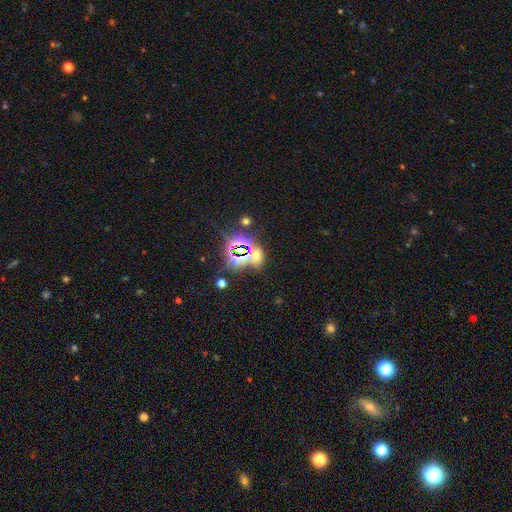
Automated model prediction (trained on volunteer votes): smooth_or_featured: star or artifact (p=0.60) [alt: smooth p=0.31]